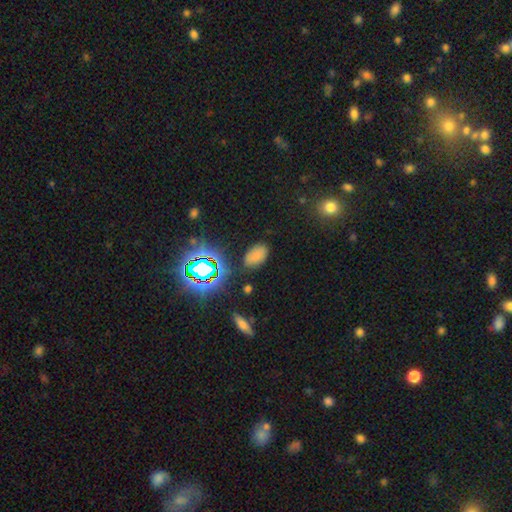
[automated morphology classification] smooth 68%, star or artifact 24%, featured or disk 7%. Down the decision tree: how rounded — in between (92%); merging — none (81%).